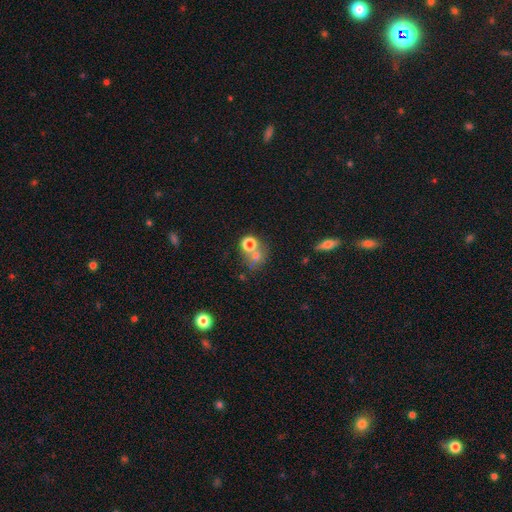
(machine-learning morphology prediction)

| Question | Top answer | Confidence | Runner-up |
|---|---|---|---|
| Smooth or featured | smooth | 66% | star or artifact (20%) |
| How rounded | round | 70% | in between (28%) |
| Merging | none | 43% | merger (38%) |